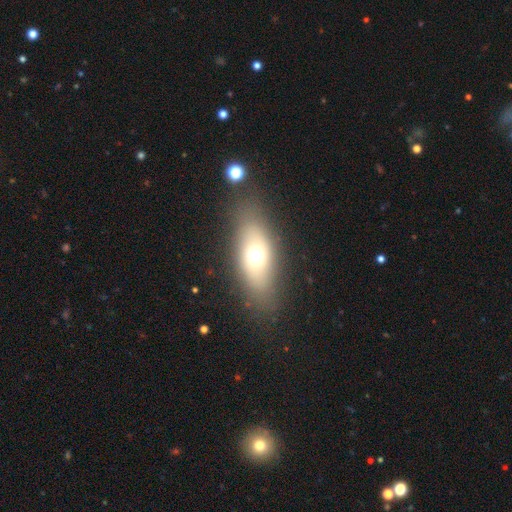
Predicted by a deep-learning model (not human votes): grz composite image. It shows a smooth galaxy with no disk features (63%) that is in between round and cigar-shaped (75%). Merging: none (80%).